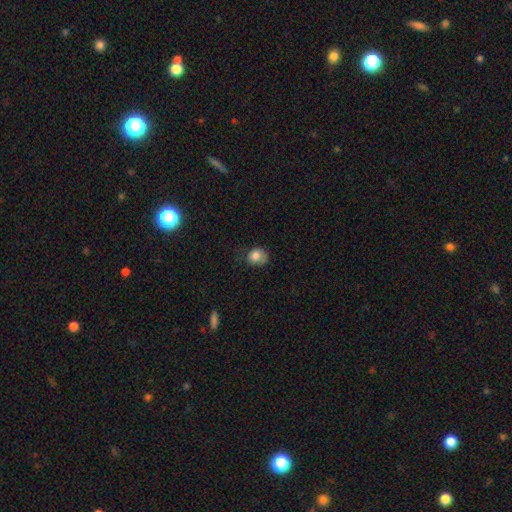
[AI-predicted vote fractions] This appears to be a smooth galaxy with no disk features (81%) that is round (59%). Merging: none (48%).